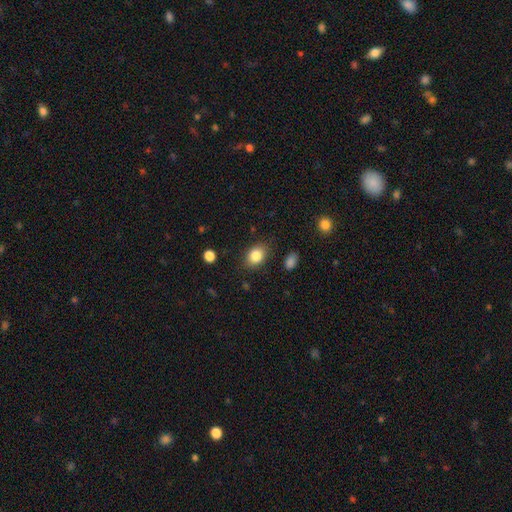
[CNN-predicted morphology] smooth-or-featured: smooth: 84% | star or artifact: 9% | featured or disk: 7%
  how-rounded: in between: 69% | round: 29% | cigar-shaped: 1%
  merging: none: 83% | minor disturbance: 12% | major disturbance: 3% | merger: 2%